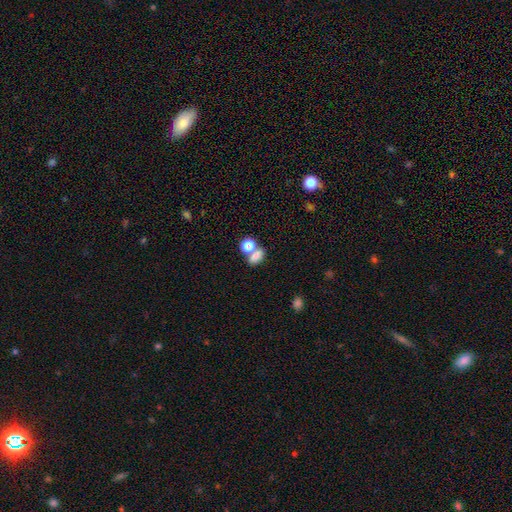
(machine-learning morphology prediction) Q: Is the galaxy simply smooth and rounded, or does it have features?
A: smooth — 78%.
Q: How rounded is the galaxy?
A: in between — 74%.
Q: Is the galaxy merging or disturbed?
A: merger — 44%.